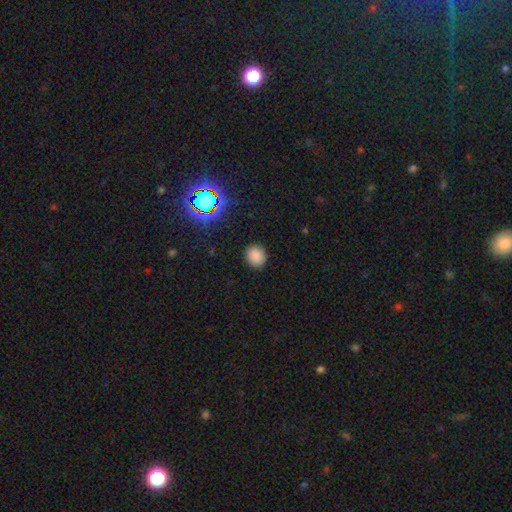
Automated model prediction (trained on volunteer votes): Smooth or featured? Predicted: smooth (p=0.83). How rounded? Predicted: round (p=0.81). Merging? Predicted: none (p=0.90).